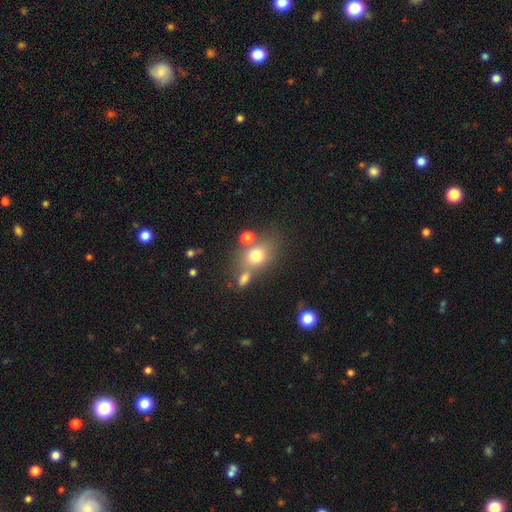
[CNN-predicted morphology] Overall: smooth (73%). How rounded: round (53%; in between 46%). Merging: none (52%; merger 28%).